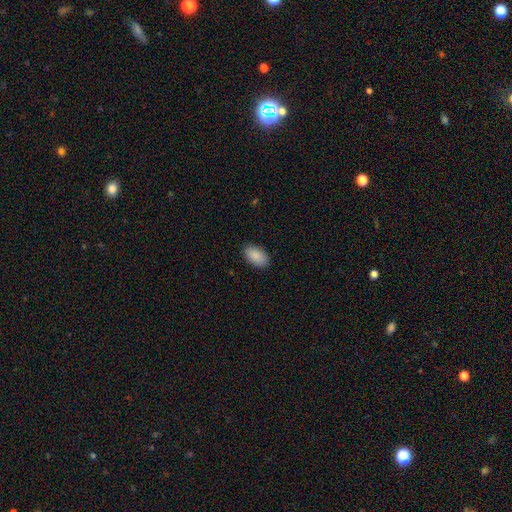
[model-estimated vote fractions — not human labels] Q: Smooth or featured?
A: smooth (89%); runner-up: star or artifact (7%)
Q: How rounded?
A: in between (94%); runner-up: round (4%)
Q: Merging?
A: none (88%); runner-up: minor disturbance (9%)